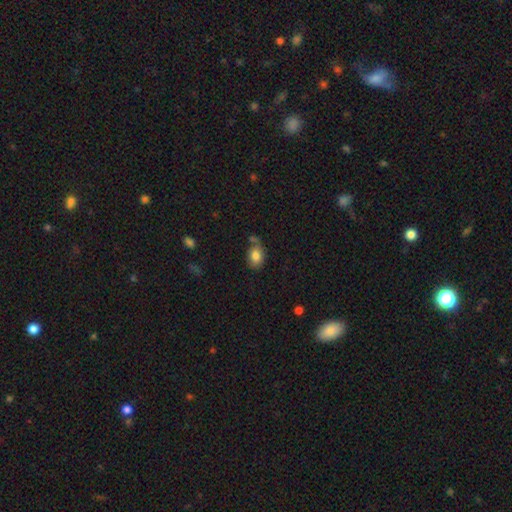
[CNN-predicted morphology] Smooth or featured?
  - smooth: 82% *
  - featured or disk: 10%
  - star or artifact: 9%
How rounded?
  - in between: 71% *
  - round: 28%
  - cigar-shaped: 1%
Merging?
  - none: 62% *
  - minor disturbance: 19%
  - merger: 14%
  - major disturbance: 5%